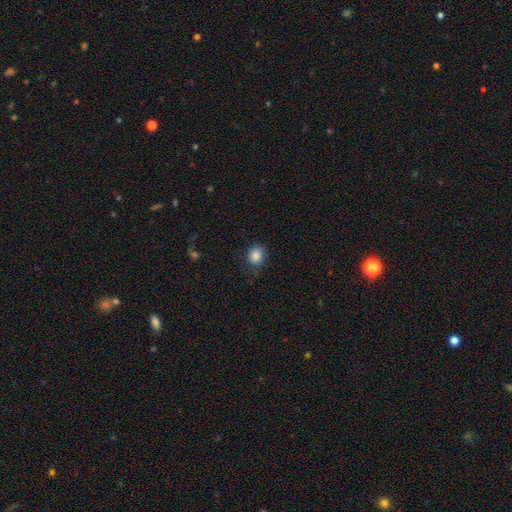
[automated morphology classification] smooth 86%, star or artifact 10%, featured or disk 5%. Down the decision tree: how rounded — round (61%); merging — none (77%).